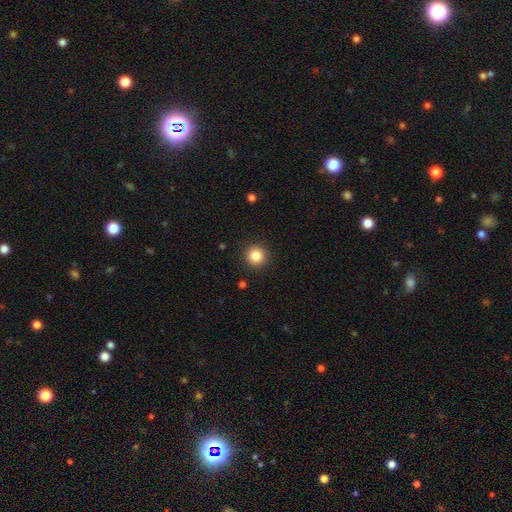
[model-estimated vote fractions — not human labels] A smooth galaxy with no disk features (84%) that is round (95%). Merging: none (92%).